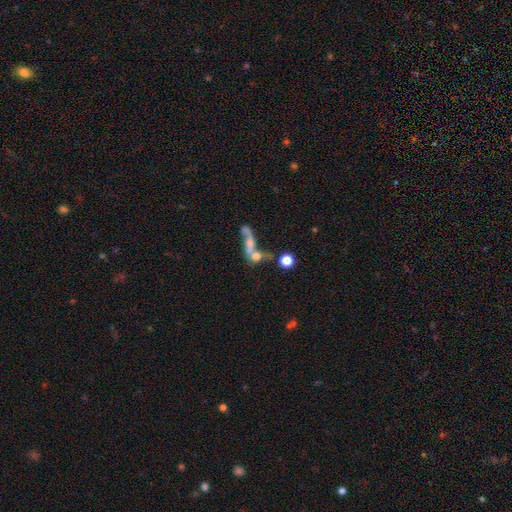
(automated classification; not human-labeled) smooth 49%, featured or disk 37%, star or artifact 15%. Down the decision tree: merging — merger (65%).